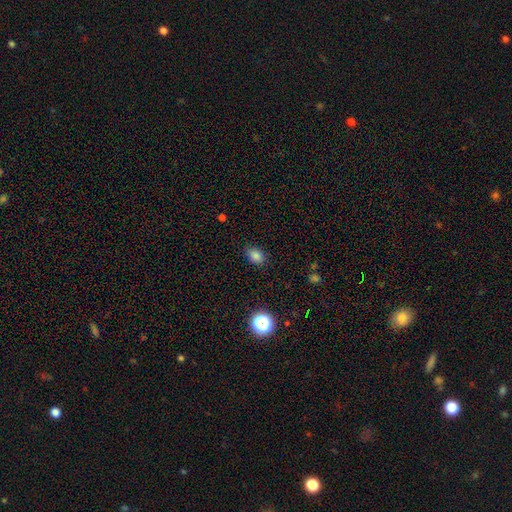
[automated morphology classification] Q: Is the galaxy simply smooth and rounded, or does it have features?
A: smooth — 82%.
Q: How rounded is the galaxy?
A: in between — 70%.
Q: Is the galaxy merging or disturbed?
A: none — 83%.